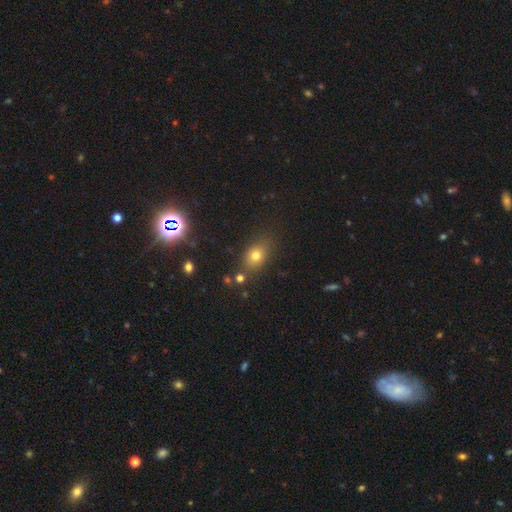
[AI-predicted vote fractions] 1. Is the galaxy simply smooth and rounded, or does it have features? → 74% smooth, 15% star or artifact, 10% featured or disk.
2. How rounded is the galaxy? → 62% in between, 36% round, 3% cigar-shaped.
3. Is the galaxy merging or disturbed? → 77% none, 14% minor disturbance, 5% merger, 5% major disturbance.